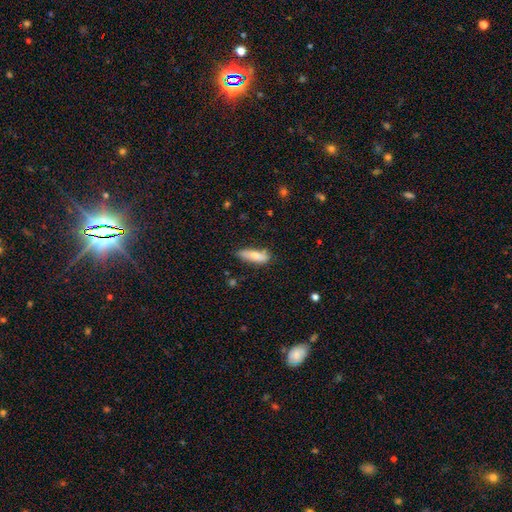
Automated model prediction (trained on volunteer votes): smooth-or-featured: smooth: 72% | featured or disk: 22% | star or artifact: 6%
  how-rounded: in between: 52% | cigar-shaped: 46% | round: 2%
  merging: none: 70% | minor disturbance: 22% | major disturbance: 4% | merger: 3%